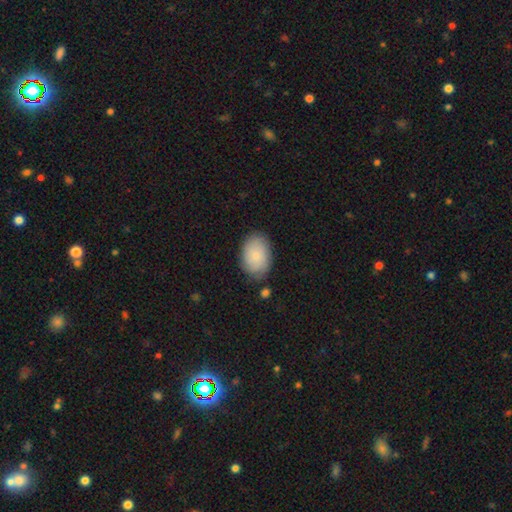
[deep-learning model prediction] Overall: smooth (79%). How rounded: in between (84%). Merging: none (78%).